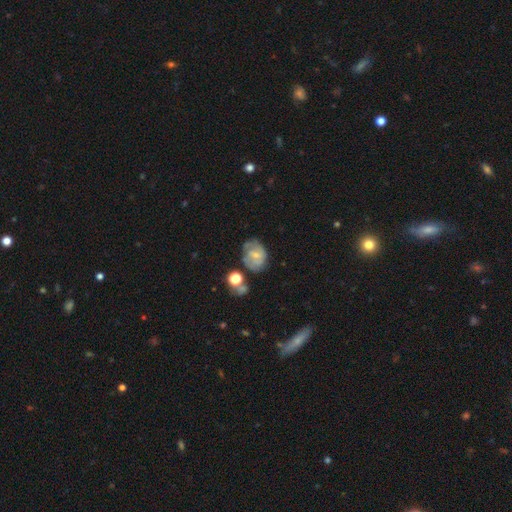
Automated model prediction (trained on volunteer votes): Smooth or featured? Predicted: featured or disk (p=0.56). Edge-on disk? Predicted: no (p=0.96). Bar? Predicted: no (p=0.55). Spiral arms? Predicted: yes (p=0.76). Bulge size? Predicted: small (p=0.65). Merging? Predicted: none (p=0.54).